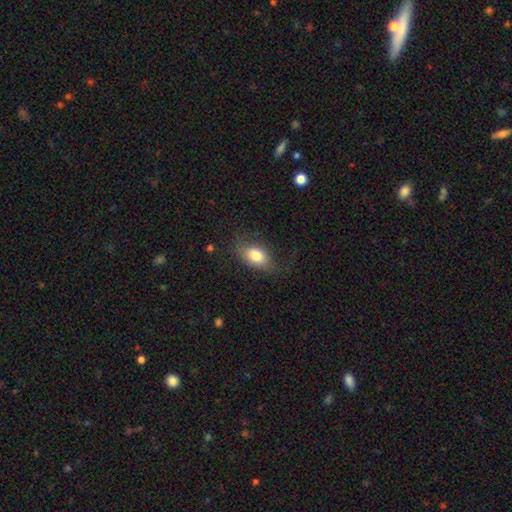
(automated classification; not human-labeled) A smooth galaxy with no disk features (78%) that is in between round and cigar-shaped (85%).

Vote fractions:
- Smooth or featured? smooth: 78% / featured or disk: 14% / star or artifact: 8%
- How rounded? in between: 85% / round: 12% / cigar-shaped: 3%
- Merging? none: 66% / minor disturbance: 22% / major disturbance: 10% / merger: 1%